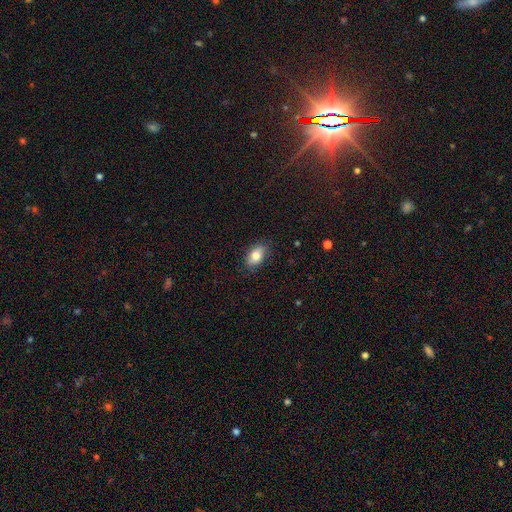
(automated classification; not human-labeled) A smooth galaxy with no disk features (80%) that is in between round and cigar-shaped (89%). Merging: none (85%).